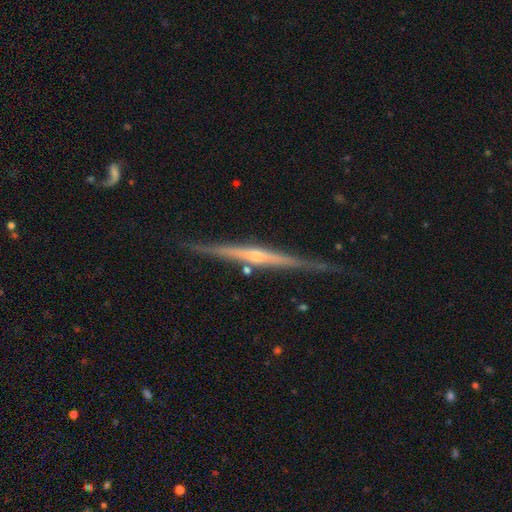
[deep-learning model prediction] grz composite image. It shows a featured or disk galaxy (81%) viewed edge-on (98%) with a rounded central bulge (65%). Merging: none (84%).